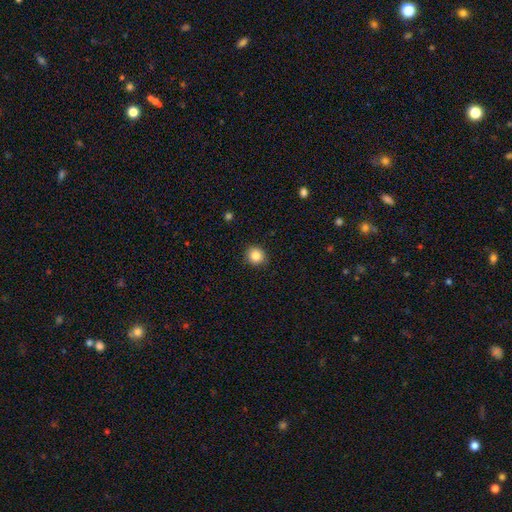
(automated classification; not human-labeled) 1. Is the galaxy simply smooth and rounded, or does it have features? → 85% smooth, 10% star or artifact, 5% featured or disk.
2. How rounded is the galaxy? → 88% round, 12% in between, 1% cigar-shaped.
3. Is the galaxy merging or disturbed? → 89% none, 8% minor disturbance, 2% major disturbance, 1% merger.